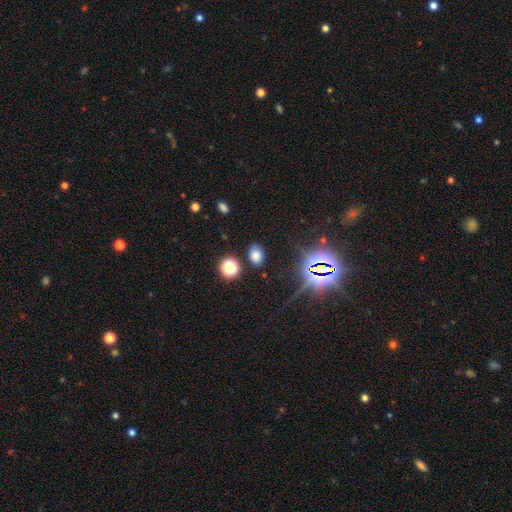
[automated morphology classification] type=smooth (72%); roundness=in between (80%); merging=none (84%).